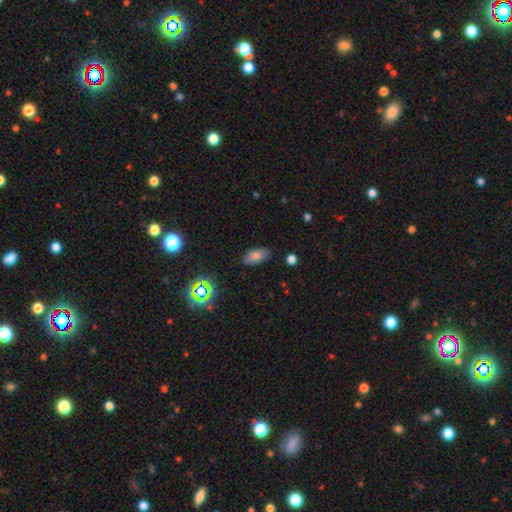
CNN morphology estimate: type=smooth (76%); roundness=in between (91%); merging=none (84%).